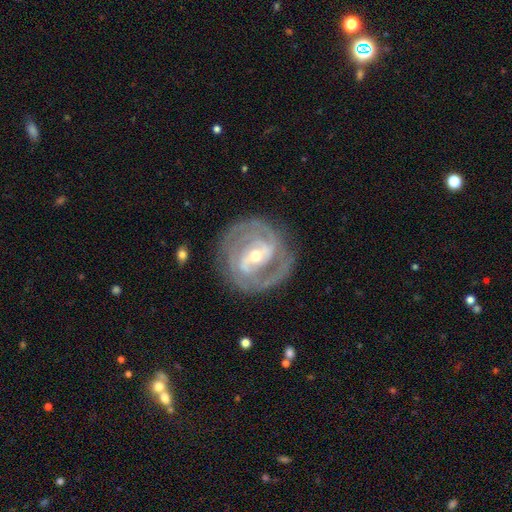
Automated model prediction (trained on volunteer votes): Smooth or featured? featured or disk (88%)
Edge-on disk? no (97%)
Bar? strong (41%)
Spiral arms? yes (94%)
Spiral winding? tight (60%)
Spiral arm count? 2 (59%)
Bulge size? moderate (50%)
Merging? none (79%)